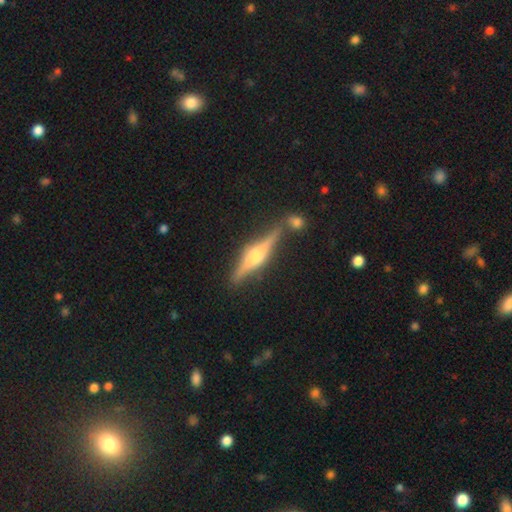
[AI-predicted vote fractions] A featured or disk galaxy (82%) viewed edge-on (98%) with a rounded central bulge (89%).

Vote fractions:
- Smooth or featured? featured or disk: 82% / smooth: 12% / star or artifact: 6%
- Edge-on disk? yes: 98% / no: 2%
- Edge-on bulge? rounded: 89% / boxy: 8% / none: 3%
- Merging? none: 81% / minor disturbance: 10% / merger: 7% / major disturbance: 3%